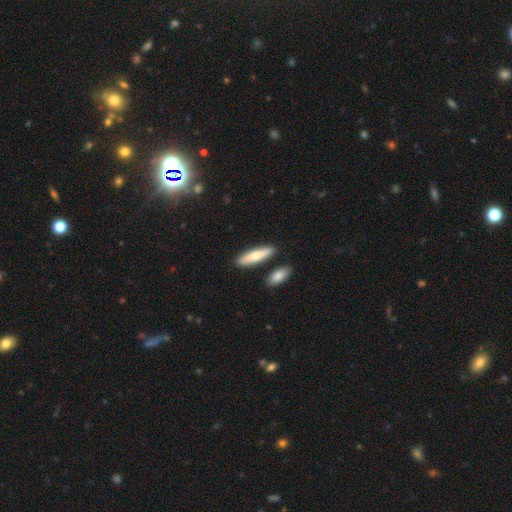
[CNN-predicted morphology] A smooth galaxy with no disk features (71%) that is cigar-shaped (70%).

Vote fractions:
- Smooth or featured? smooth: 71% / featured or disk: 24% / star or artifact: 5%
- How rounded? cigar-shaped: 70% / in between: 28% / round: 2%
- Merging? none: 82% / minor disturbance: 9% / merger: 7% / major disturbance: 2%